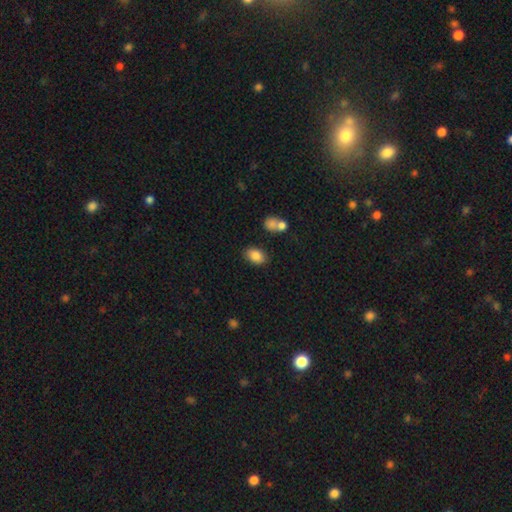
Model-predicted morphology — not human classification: smooth 85%, star or artifact 8%, featured or disk 6%. Down the decision tree: how rounded — in between (83%); merging — none (82%).